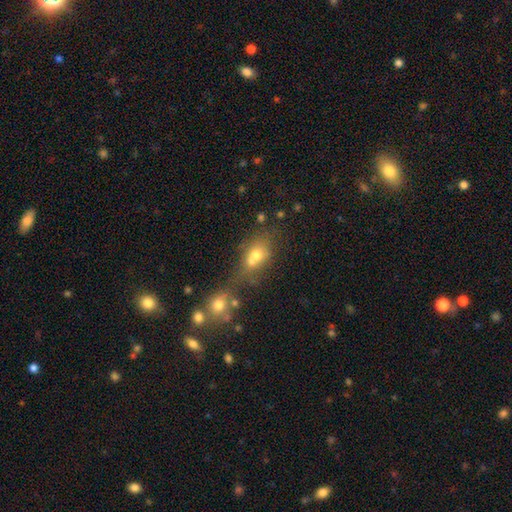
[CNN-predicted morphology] smooth 65%, featured or disk 18%, star or artifact 17%. Down the decision tree: how rounded — in between (60%); merging — merger (49%).